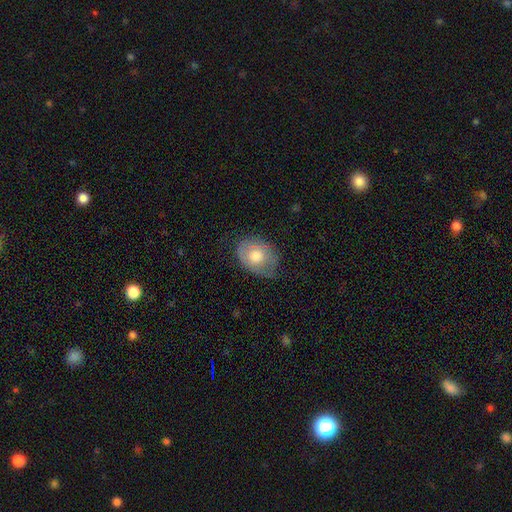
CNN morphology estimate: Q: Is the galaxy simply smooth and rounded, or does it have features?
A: smooth — 63%.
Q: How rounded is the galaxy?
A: in between — 69%.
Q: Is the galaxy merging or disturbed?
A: none — 58%.